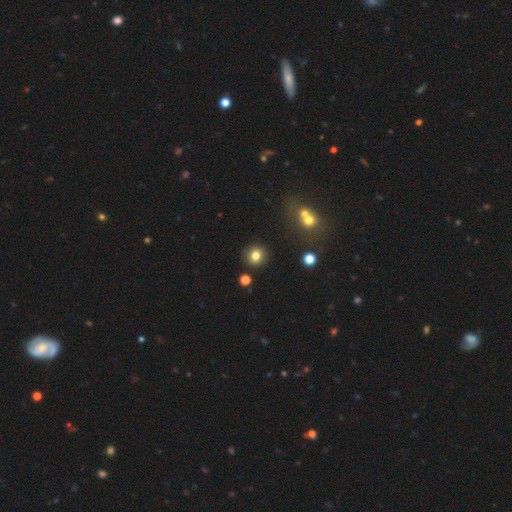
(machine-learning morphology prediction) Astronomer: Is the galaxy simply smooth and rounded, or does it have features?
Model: smooth — 81%.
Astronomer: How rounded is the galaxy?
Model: round — 89%.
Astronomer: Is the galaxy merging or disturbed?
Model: none — 88%.